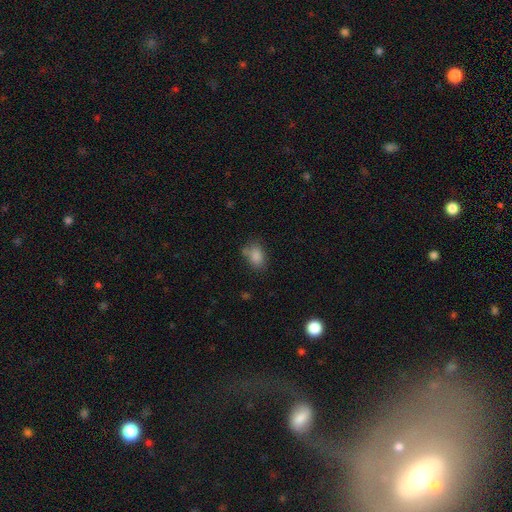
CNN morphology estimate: Smooth or featured: smooth — 84% (star or artifact — 10%)
How rounded: in between — 79% (round — 20%)
Merging: none — 65% (minor disturbance — 20%)